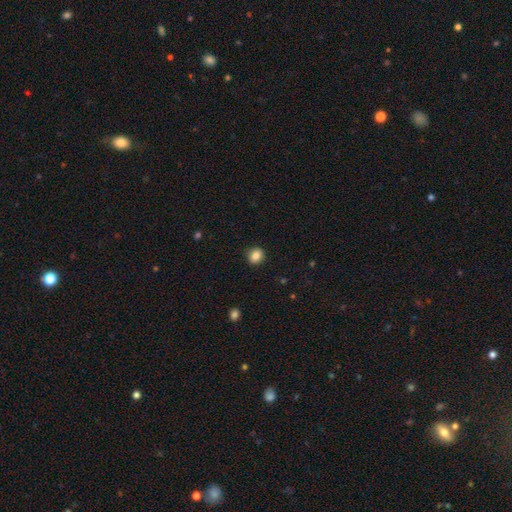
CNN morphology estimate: A smooth galaxy with no disk features (85%) that is round (79%). Merging: none (91%).